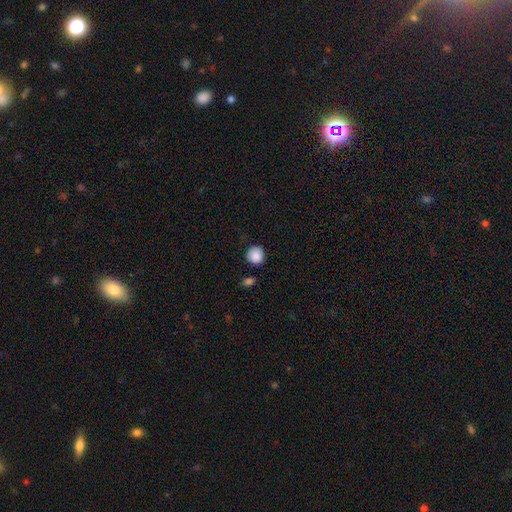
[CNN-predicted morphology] Q: Smooth or featured?
A: smooth (89%); runner-up: star or artifact (8%)
Q: How rounded?
A: round (89%); runner-up: in between (10%)
Q: Merging?
A: none (84%); runner-up: minor disturbance (10%)